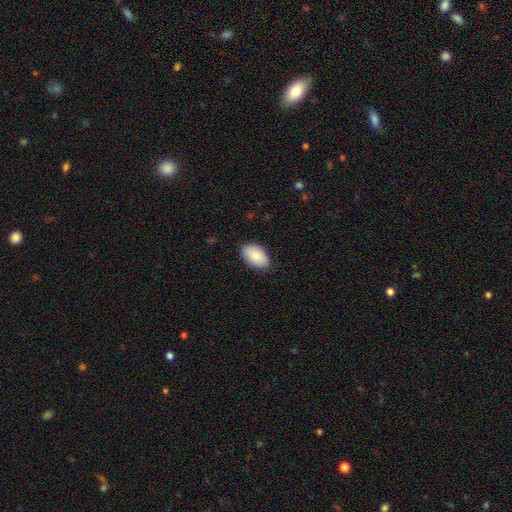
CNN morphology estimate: A smooth galaxy with no disk features (86%) that is in between round and cigar-shaped (94%).

Vote fractions:
- Smooth or featured? smooth: 86% / featured or disk: 8% / star or artifact: 6%
- How rounded? in between: 94% / round: 5% / cigar-shaped: 1%
- Merging? none: 83% / minor disturbance: 13% / major disturbance: 2% / merger: 1%